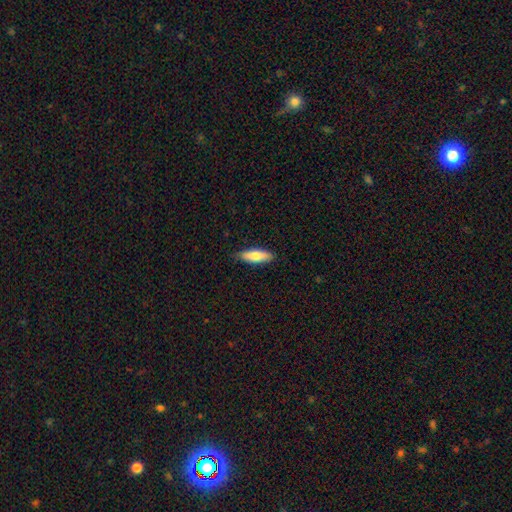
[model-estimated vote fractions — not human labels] This appears to be a smooth galaxy with no disk features (73%) that is in between round and cigar-shaped (51%). Merging: none (85%).